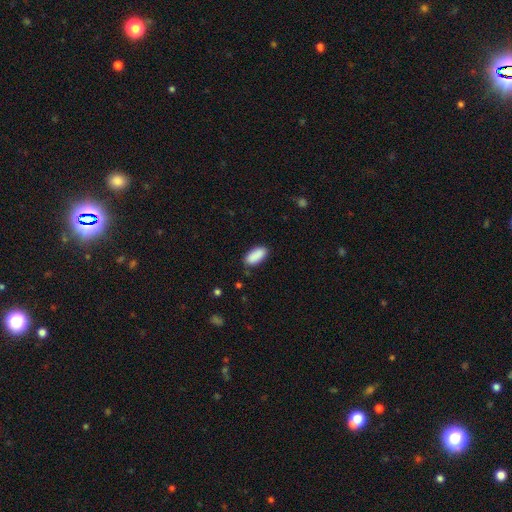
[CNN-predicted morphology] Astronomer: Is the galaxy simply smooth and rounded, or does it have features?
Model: smooth — 90%.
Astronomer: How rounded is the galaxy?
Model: in between — 89%.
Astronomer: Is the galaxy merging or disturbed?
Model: none — 85%.